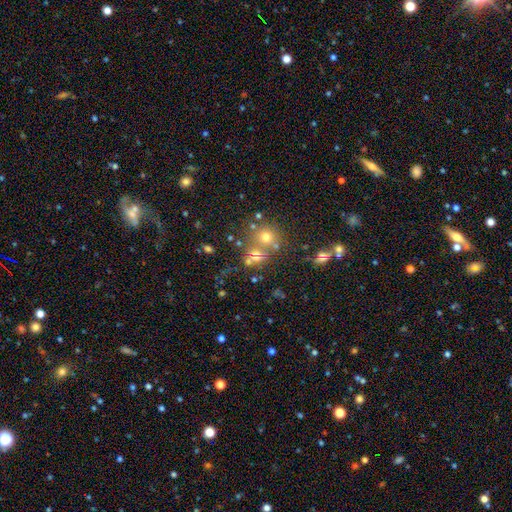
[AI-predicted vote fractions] smooth 57%, star or artifact 24%, featured or disk 19%. Down the decision tree: how rounded — round (80%); merging — none (50%).